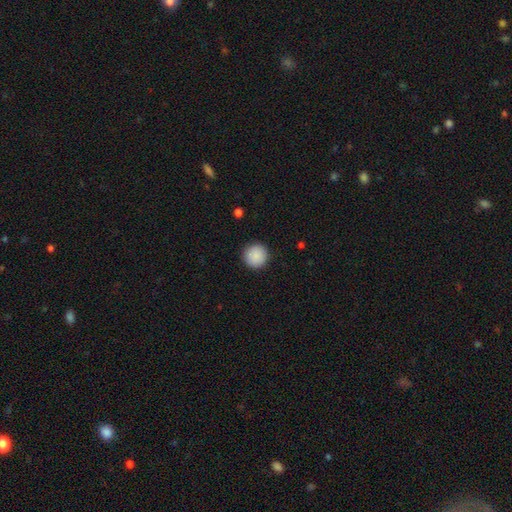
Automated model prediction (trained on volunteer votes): Overall: smooth (89%). How rounded: round (96%). Merging: none (92%).